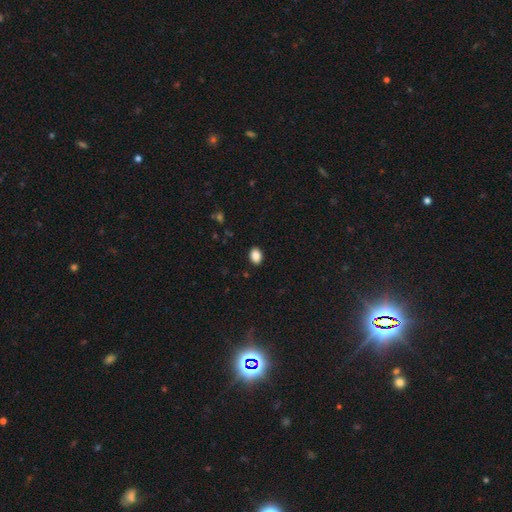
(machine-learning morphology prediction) type=smooth (88%); roundness=in between (75%); merging=none (90%).